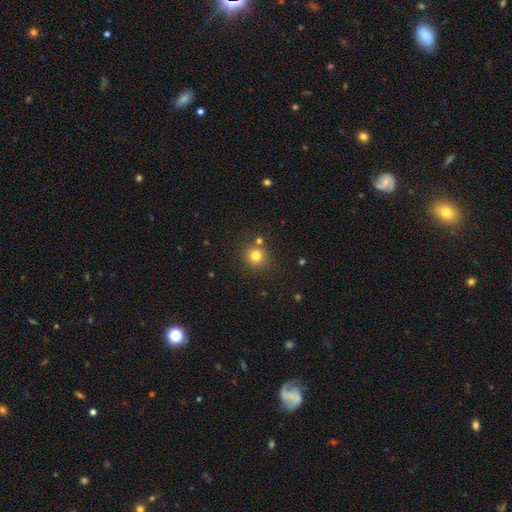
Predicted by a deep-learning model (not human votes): Smooth or featured? Predicted: smooth (p=0.77). How rounded? Predicted: round (p=0.91). Merging? Predicted: none (p=0.78).